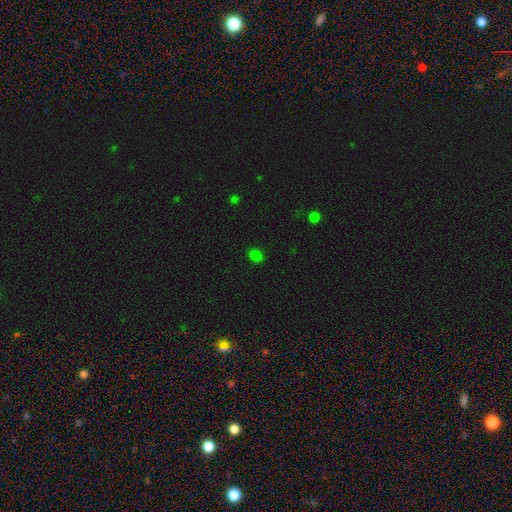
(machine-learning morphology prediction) A smooth galaxy with no disk features (78%) that is in between round and cigar-shaped (51%).

Vote fractions:
- Smooth or featured? smooth: 78% / star or artifact: 18% / featured or disk: 4%
- How rounded? in between: 51% / round: 48% / cigar-shaped: 1%
- Merging? none: 88% / minor disturbance: 9% / major disturbance: 2% / merger: 1%